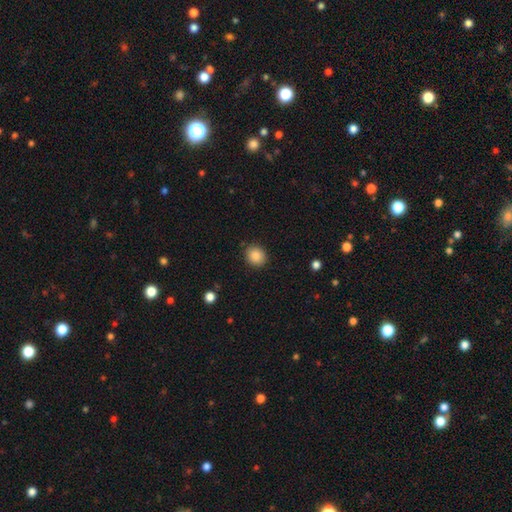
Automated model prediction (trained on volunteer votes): smooth 87%, star or artifact 9%, featured or disk 4%. Down the decision tree: how rounded — round (73%); merging — none (88%).